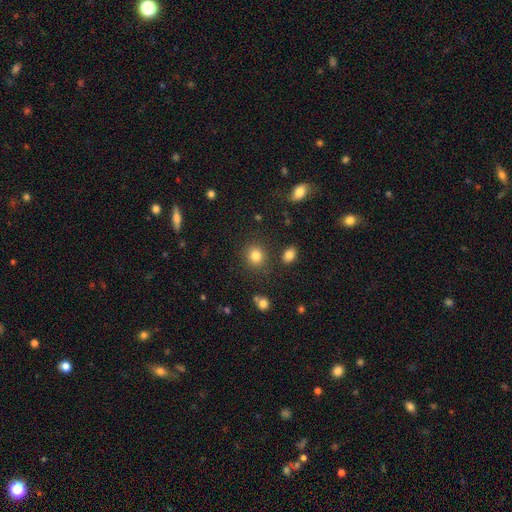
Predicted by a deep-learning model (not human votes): Smooth or featured? smooth (83%)
How rounded? round (80%)
Merging? none (84%)